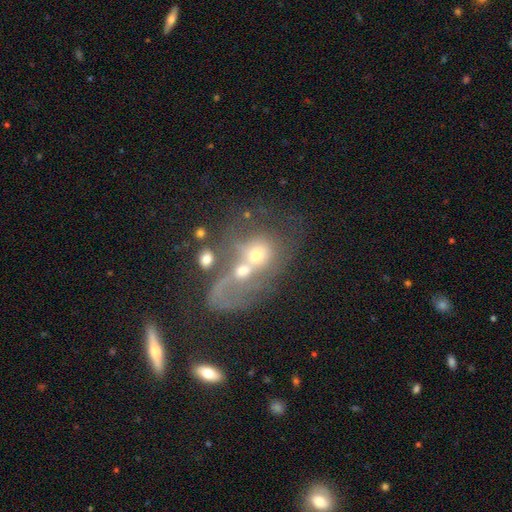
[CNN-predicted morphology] smooth-or-featured: featured or disk: 46% | smooth: 40% | star or artifact: 15%
  merging: merger: 70% | major disturbance: 14% | none: 10% | minor disturbance: 6%